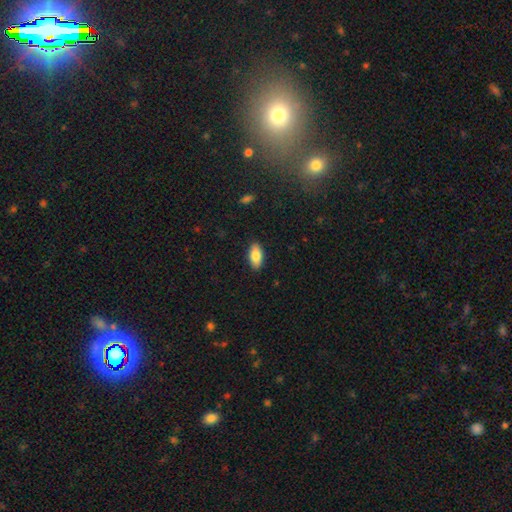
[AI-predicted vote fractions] smooth-or-featured: smooth: 83% | featured or disk: 11% | star or artifact: 7%
  how-rounded: in between: 90% | cigar-shaped: 8% | round: 3%
  merging: none: 89% | minor disturbance: 8% | major disturbance: 2% | merger: 1%